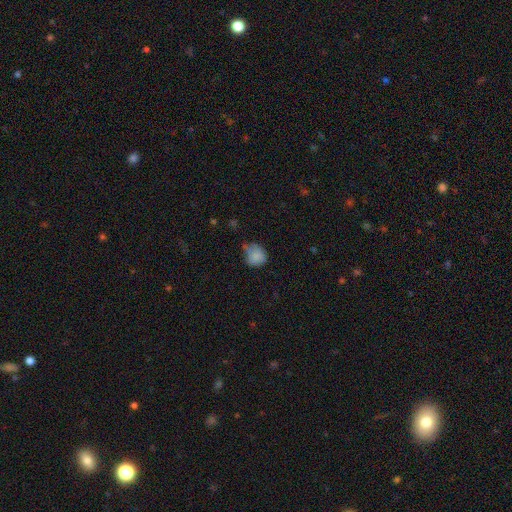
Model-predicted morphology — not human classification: smooth-or-featured: smooth: 79% | star or artifact: 11% | featured or disk: 11%
  how-rounded: round: 66% | in between: 33% | cigar-shaped: 1%
  merging: minor disturbance: 40% (tied) | none: 40% (tied) | major disturbance: 15% | merger: 5%